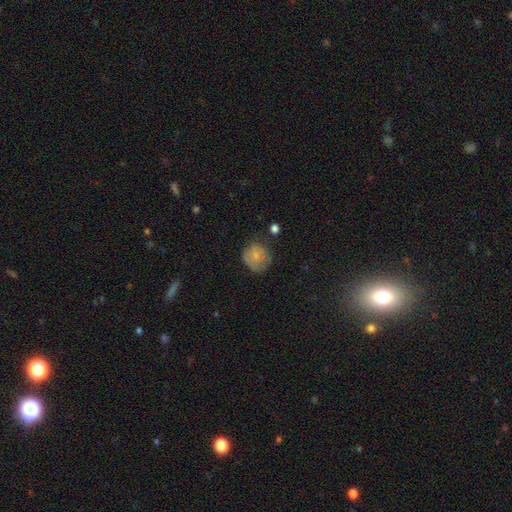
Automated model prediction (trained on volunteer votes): This appears to be a smooth galaxy with no disk features (67%) that is round (84%). Merging: none (63%).